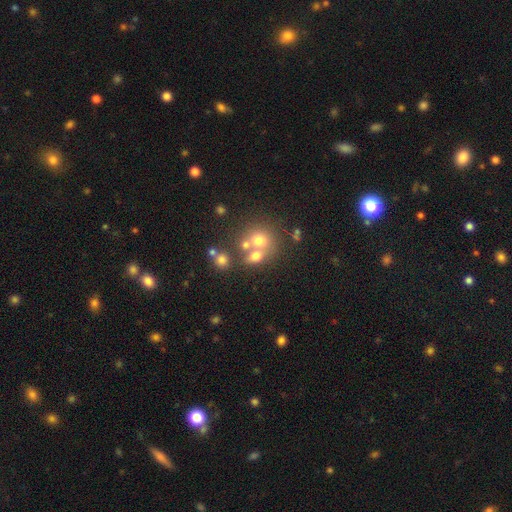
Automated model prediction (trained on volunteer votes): Smooth or featured? Predicted: smooth (p=0.64). How rounded? Predicted: round (p=0.65). Merging? Predicted: merger (p=0.44).